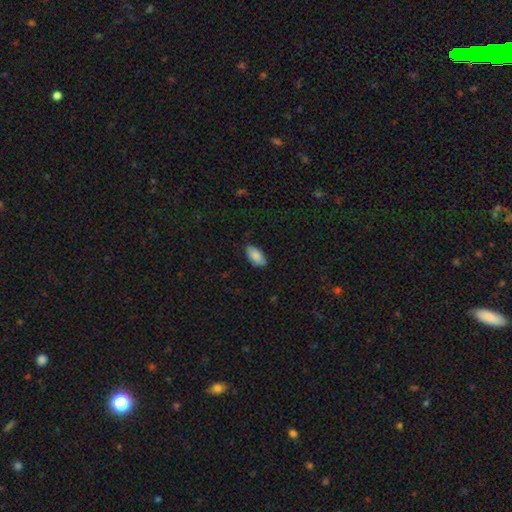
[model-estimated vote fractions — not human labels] Smooth or featured?
  - smooth: 86% *
  - featured or disk: 7%
  - star or artifact: 7%
How rounded?
  - in between: 93% *
  - cigar-shaped: 5%
  - round: 2%
Merging?
  - none: 74% *
  - minor disturbance: 21%
  - major disturbance: 3%
  - merger: 1%